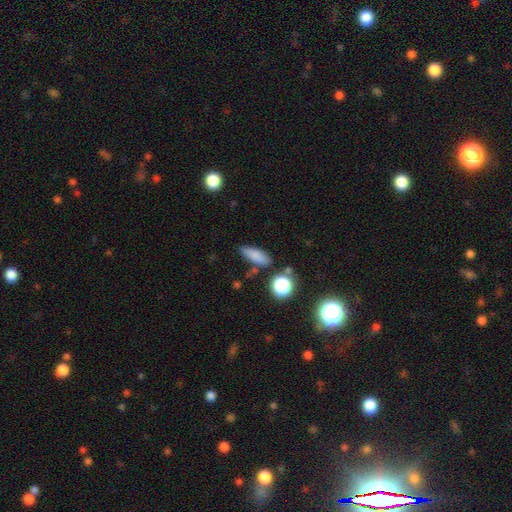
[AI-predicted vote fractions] smooth 80%, star or artifact 11%, featured or disk 9%. Down the decision tree: how rounded — in between (61%); merging — none (77%).